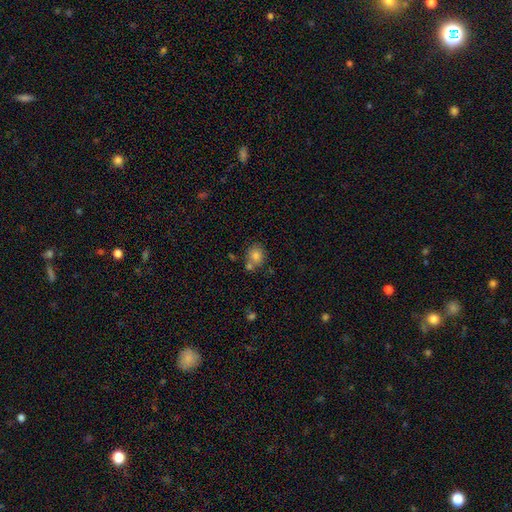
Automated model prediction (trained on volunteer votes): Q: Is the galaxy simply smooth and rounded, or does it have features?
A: smooth — 81%.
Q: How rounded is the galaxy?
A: round — 70%.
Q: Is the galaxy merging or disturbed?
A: none — 58%.